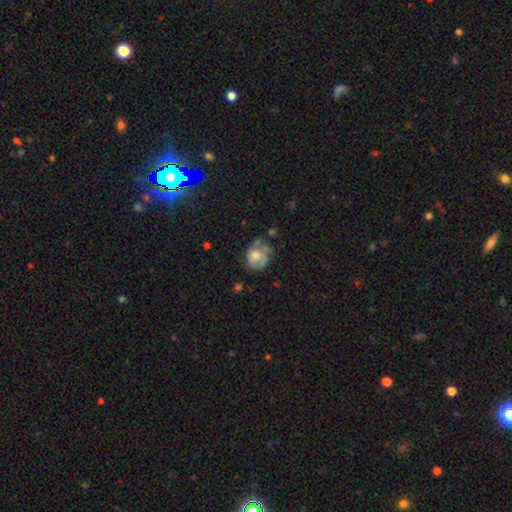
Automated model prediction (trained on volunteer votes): Smooth or featured? smooth (49%)
Merging? none (46%)